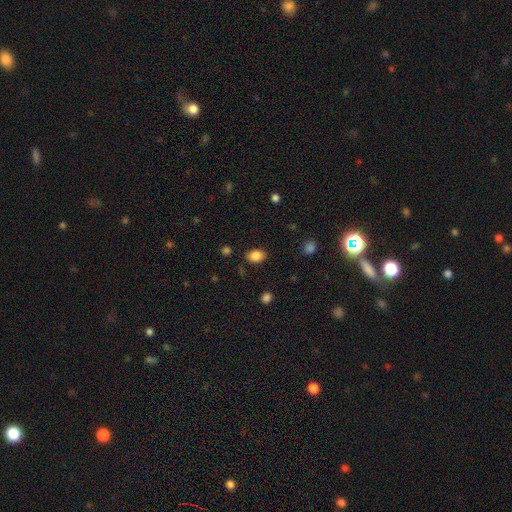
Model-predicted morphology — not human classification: A smooth galaxy with no disk features (85%) that is in between round and cigar-shaped (78%).

Vote fractions:
- Smooth or featured? smooth: 85% / star or artifact: 9% / featured or disk: 6%
- How rounded? in between: 78% / round: 21% / cigar-shaped: 1%
- Merging? none: 84% / minor disturbance: 12% / major disturbance: 3% / merger: 2%